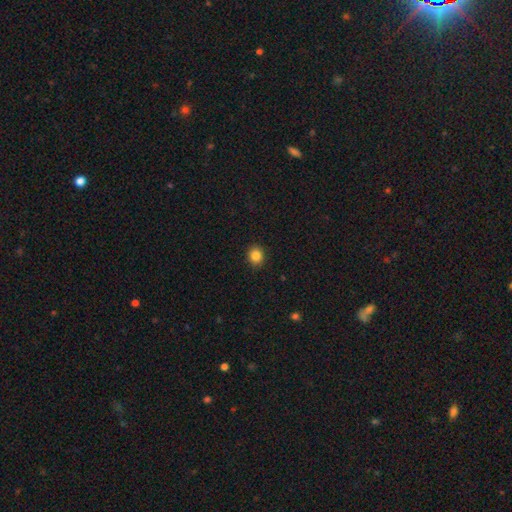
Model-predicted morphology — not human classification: Smooth or featured?
  - smooth: 85% *
  - star or artifact: 11%
  - featured or disk: 4%
How rounded?
  - round: 77% *
  - in between: 22%
  - cigar-shaped: 1%
Merging?
  - none: 91% *
  - minor disturbance: 7%
  - major disturbance: 2%
  - merger: 1%